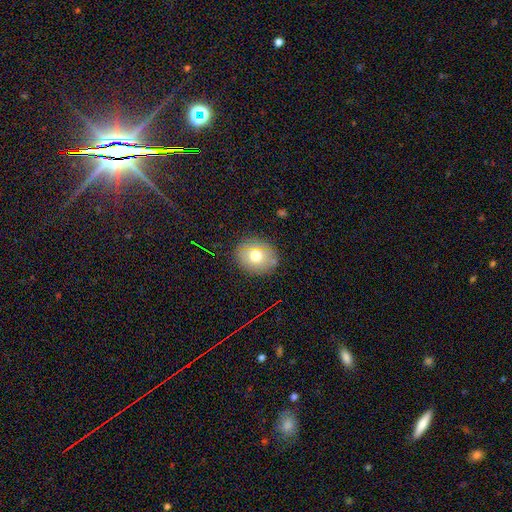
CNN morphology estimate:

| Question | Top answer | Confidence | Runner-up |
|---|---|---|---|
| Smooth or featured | smooth | 69% | featured or disk (17%) |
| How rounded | round | 63% | in between (36%) |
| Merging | none | 84% | minor disturbance (11%) |